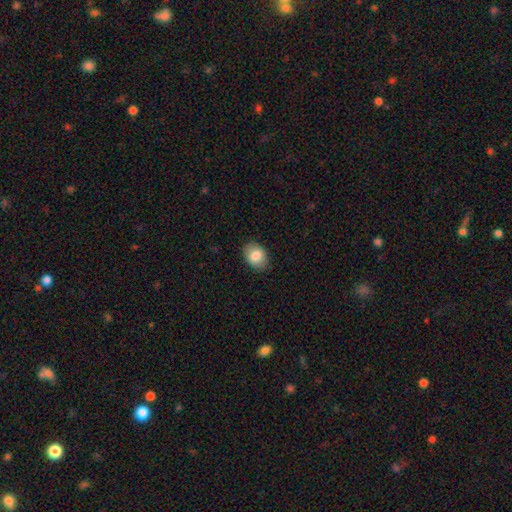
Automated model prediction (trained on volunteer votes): Smooth or featured?
  - smooth: 82% *
  - featured or disk: 10%
  - star or artifact: 8%
How rounded?
  - in between: 73% *
  - round: 26%
  - cigar-shaped: 1%
Merging?
  - none: 86% *
  - minor disturbance: 10%
  - major disturbance: 2%
  - merger: 1%